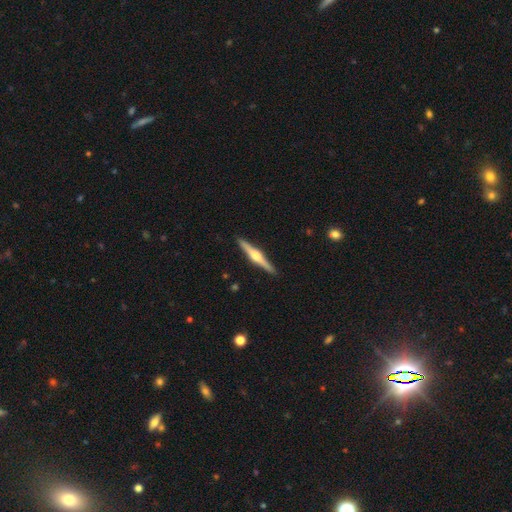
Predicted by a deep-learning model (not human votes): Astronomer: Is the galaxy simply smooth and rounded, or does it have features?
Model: featured or disk — 77%.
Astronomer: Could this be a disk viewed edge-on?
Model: yes — 98%.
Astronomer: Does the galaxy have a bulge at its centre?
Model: rounded — 92%.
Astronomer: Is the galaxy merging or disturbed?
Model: none — 92%.